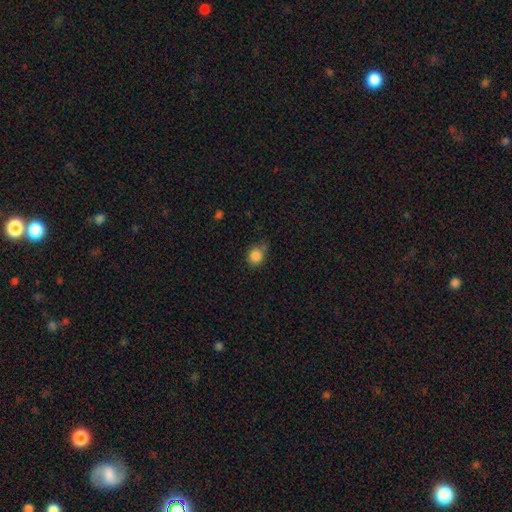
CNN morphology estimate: smooth_or_featured: smooth (p=0.86) [alt: star or artifact p=0.10]
how_rounded: round (p=0.80) [alt: in between p=0.19]
merging: none (p=0.64) [alt: minor disturbance p=0.26]